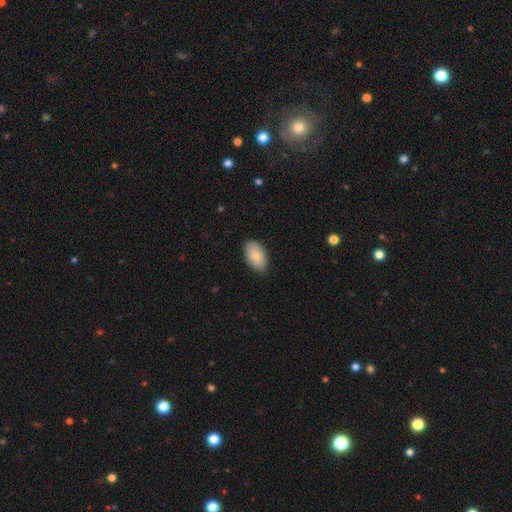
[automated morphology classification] This is clearly a smooth galaxy (85%). How rounded: clearly in between (95%). Merging: clearly none (87%).